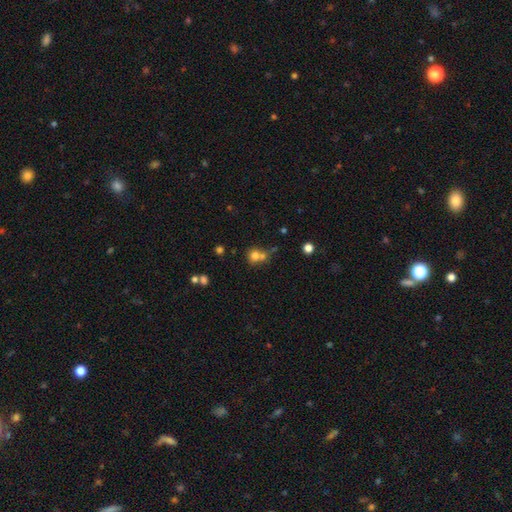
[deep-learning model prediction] A smooth galaxy with no disk features (73%) that is round (79%). Merging: merger (46%).